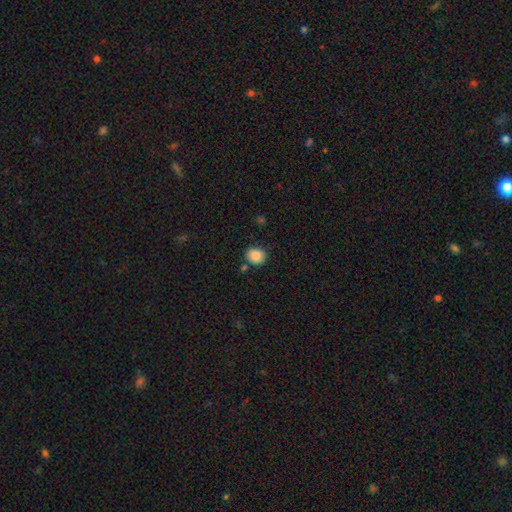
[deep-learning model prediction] This appears to be a smooth galaxy with no disk features (87%) that is round (68%). Merging: none (78%).